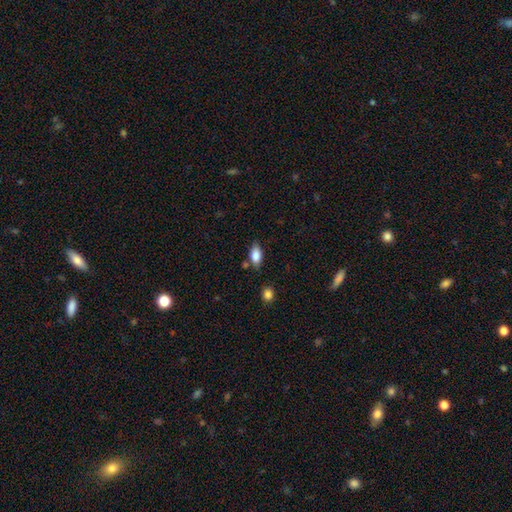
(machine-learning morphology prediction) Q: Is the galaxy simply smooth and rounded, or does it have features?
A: smooth — 82%.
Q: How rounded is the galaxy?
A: in between — 89%.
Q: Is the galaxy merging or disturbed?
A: none — 75%.